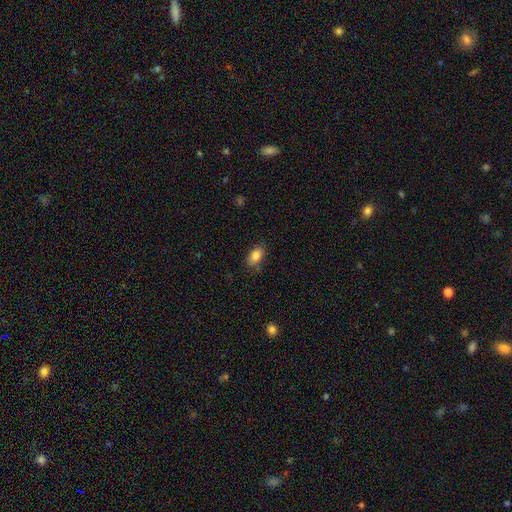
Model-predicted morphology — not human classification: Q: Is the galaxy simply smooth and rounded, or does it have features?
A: smooth — 83%.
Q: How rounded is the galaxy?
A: in between — 89%.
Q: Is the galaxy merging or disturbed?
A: none — 81%.